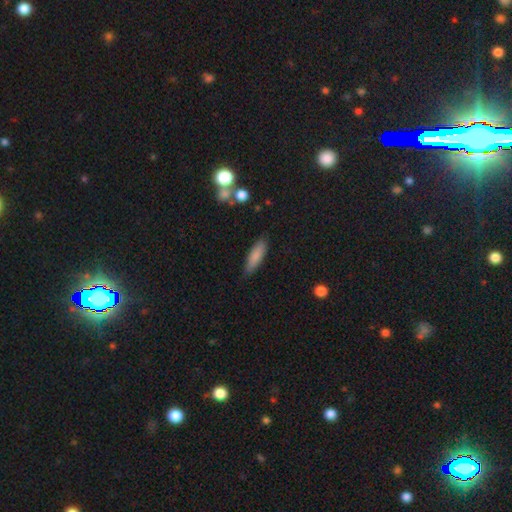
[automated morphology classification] Smooth or featured?
  - smooth: 82% *
  - featured or disk: 11%
  - star or artifact: 7%
How rounded?
  - cigar-shaped: 55% *
  - in between: 43%
  - round: 2%
Merging?
  - none: 81% *
  - minor disturbance: 14%
  - major disturbance: 3%
  - merger: 2%